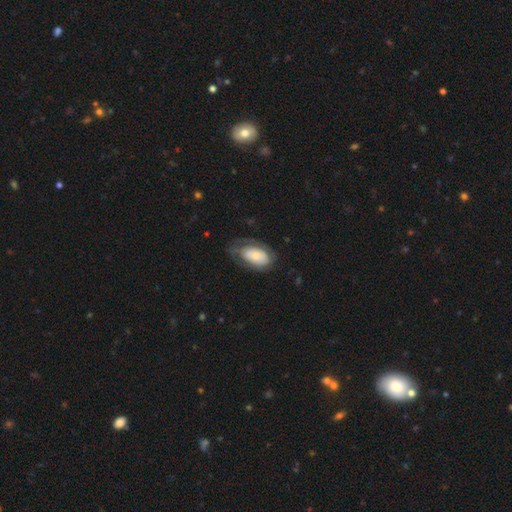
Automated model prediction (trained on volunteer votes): Morphology: type=smooth (56%); roundness=in between (93%); merging=none (52%).